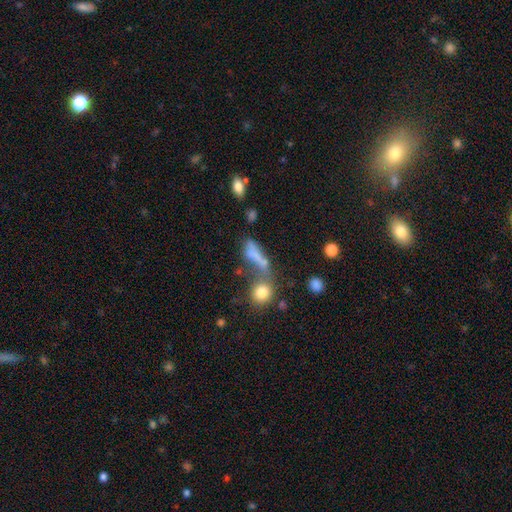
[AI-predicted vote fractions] Smooth or featured?
  - smooth: 63% *
  - featured or disk: 20%
  - star or artifact: 17%
How rounded?
  - in between: 45% *
  - cigar-shaped: 41%
  - round: 14%
Merging?
  - merger: 38% *
  - none: 27%
  - major disturbance: 21%
  - minor disturbance: 14%